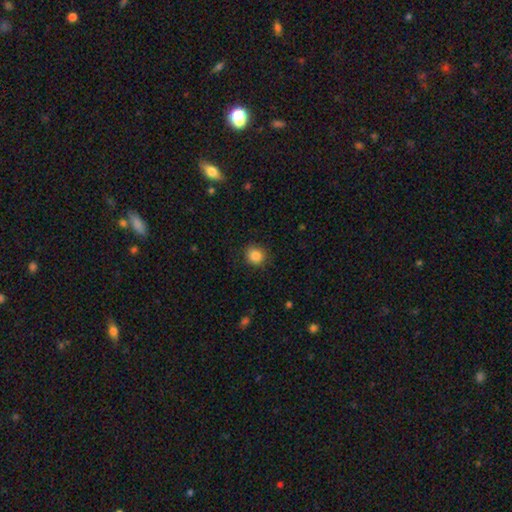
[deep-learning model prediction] smooth_or_featured: smooth (p=0.85) [alt: star or artifact p=0.10]
how_rounded: round (p=0.83) [alt: in between p=0.16]
merging: none (p=0.87) [alt: minor disturbance p=0.10]